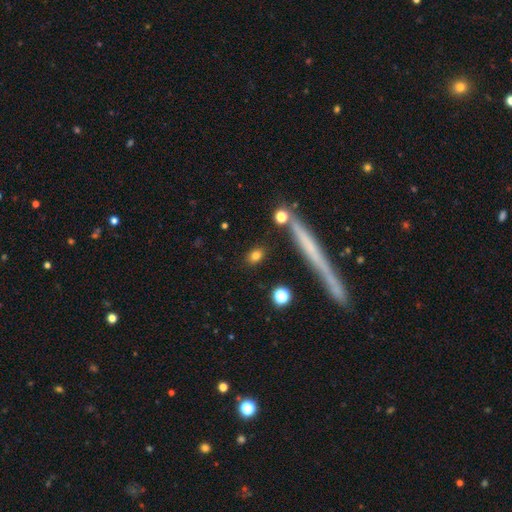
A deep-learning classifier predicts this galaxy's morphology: Smooth or featured: smooth — 79% (star or artifact — 11%)
How rounded: in between — 60% (round — 31%)
Merging: none — 84% (minor disturbance — 9%)